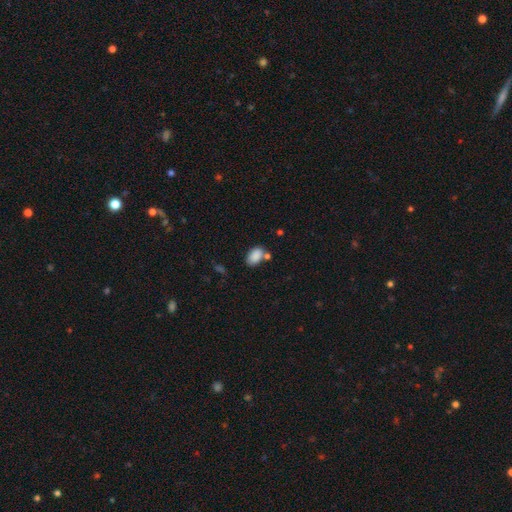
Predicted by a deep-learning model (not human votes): Smooth or featured: smooth — 87% (star or artifact — 8%)
How rounded: in between — 90% (round — 8%)
Merging: none — 62% (merger — 19%)